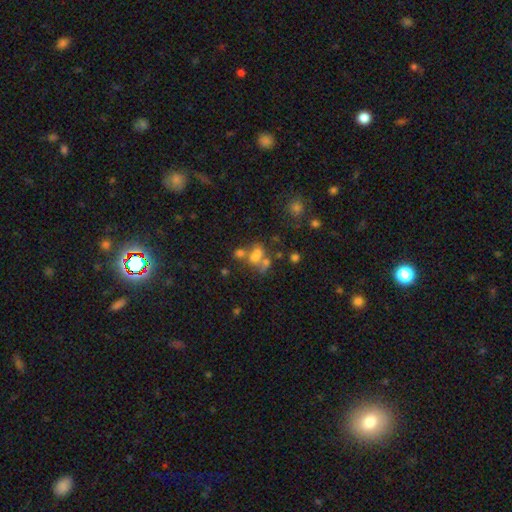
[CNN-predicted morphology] smooth-or-featured: smooth: 57% | featured or disk: 23% | star or artifact: 20%
  how-rounded: in between: 64% | round: 34% | cigar-shaped: 3%
  merging: merger: 50% | none: 30% | minor disturbance: 11% | major disturbance: 10%